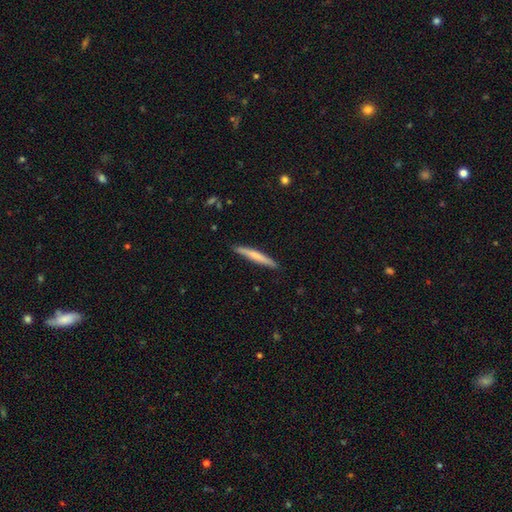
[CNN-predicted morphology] This appears to be a smooth galaxy with no disk features (63%) that is cigar-shaped (96%). Merging: none (89%).